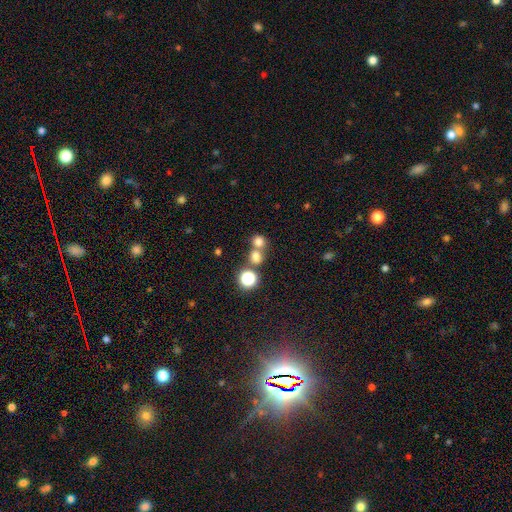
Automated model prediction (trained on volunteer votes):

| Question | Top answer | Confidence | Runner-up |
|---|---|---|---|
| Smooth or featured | smooth | 72% | star or artifact (20%) |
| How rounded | round | 82% | in between (17%) |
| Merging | none | 49% | merger (42%) |